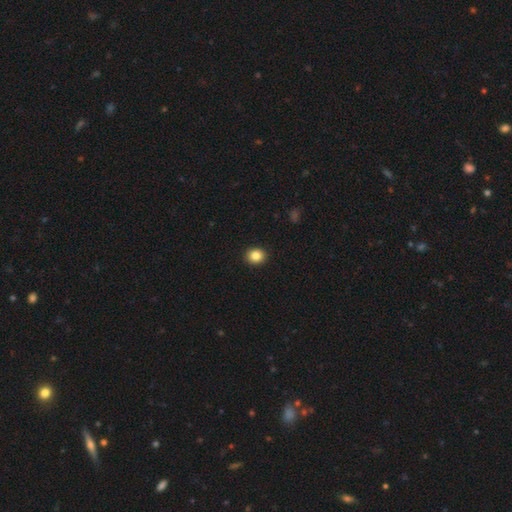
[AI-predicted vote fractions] smooth_or_featured: smooth (p=0.85) [alt: star or artifact p=0.10]
how_rounded: round (p=0.77) [alt: in between p=0.22]
merging: none (p=0.92) [alt: minor disturbance p=0.05]